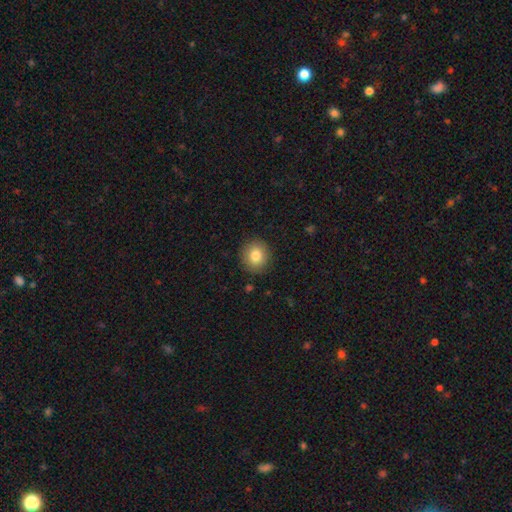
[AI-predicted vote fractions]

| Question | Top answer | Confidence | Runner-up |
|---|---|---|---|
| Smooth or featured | smooth | 81% | star or artifact (10%) |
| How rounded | round | 87% | in between (12%) |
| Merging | none | 90% | minor disturbance (7%) |